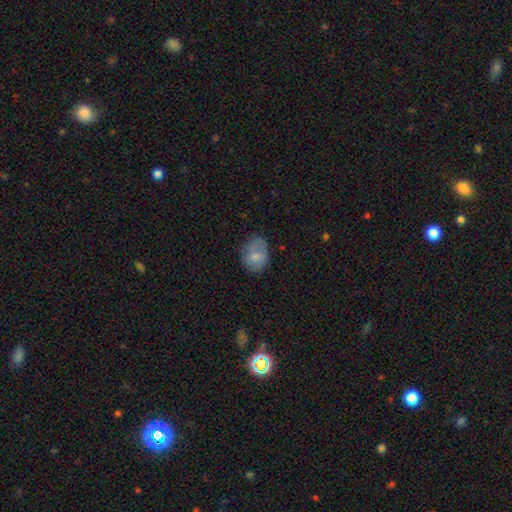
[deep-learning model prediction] A smooth galaxy with no disk features (71%) that is in between round and cigar-shaped (64%).

Vote fractions:
- Smooth or featured? smooth: 71% / featured or disk: 22% / star or artifact: 7%
- How rounded? in between: 64% / round: 34% / cigar-shaped: 1%
- Merging? none: 60% / minor disturbance: 28% / major disturbance: 10% / merger: 2%